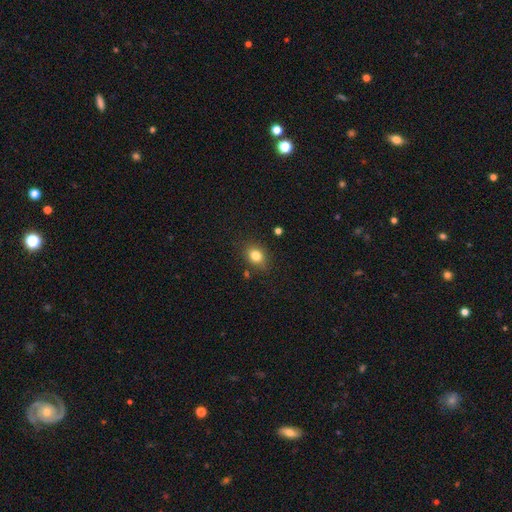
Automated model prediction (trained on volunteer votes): Smooth or featured: smooth — 81% (star or artifact — 11%)
How rounded: in between — 51% (round — 48%)
Merging: none — 81% (minor disturbance — 12%)